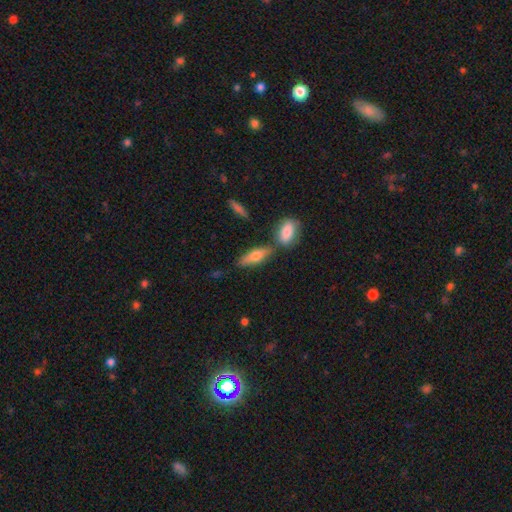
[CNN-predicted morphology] smooth_or_featured: smooth (p=0.64) [alt: featured or disk p=0.29]
how_rounded: in between (p=0.54) [alt: cigar-shaped p=0.43]
merging: none (p=0.66) [alt: merger p=0.17]